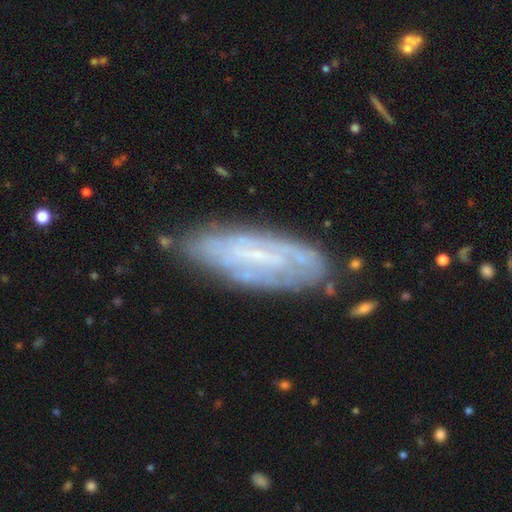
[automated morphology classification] Smooth or featured: featured or disk — 65% (smooth — 28%)
Edge-on disk: no — 79% (yes — 21%)
Bar: no — 42% (weak — 37%)
Spiral arms: yes — 60% (no — 40%)
Bulge size: small — 57% (none — 29%)
Merging: none — 73% (minor disturbance — 18%)